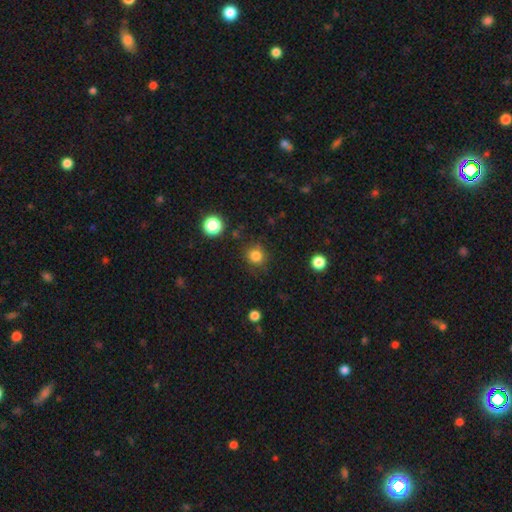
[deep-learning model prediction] smooth-or-featured: smooth: 83% | star or artifact: 13% | featured or disk: 4%
  how-rounded: round: 86% | in between: 13% | cigar-shaped: 1%
  merging: none: 83% | minor disturbance: 11% | major disturbance: 4% | merger: 2%